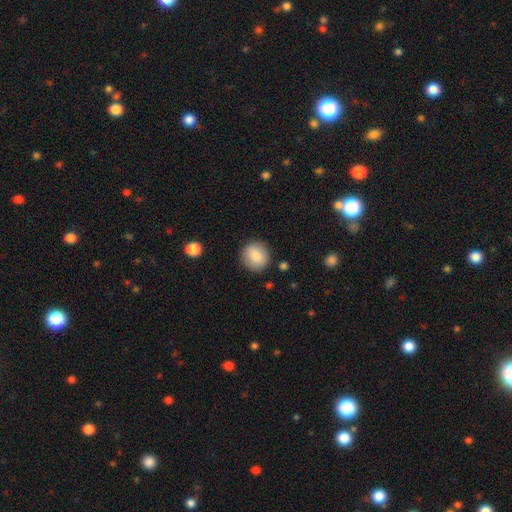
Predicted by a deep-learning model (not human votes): Morphology: type=smooth (84%); roundness=round (87%); merging=none (87%).